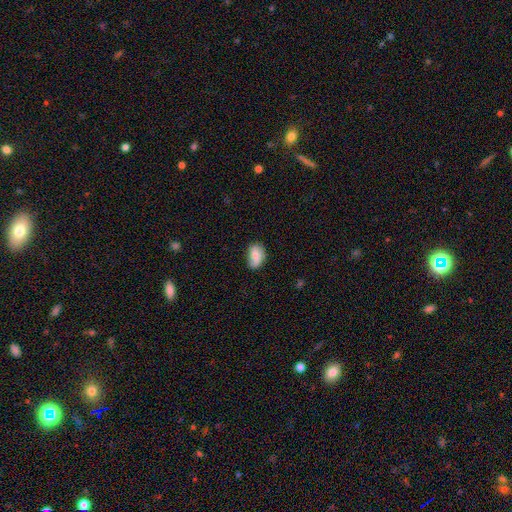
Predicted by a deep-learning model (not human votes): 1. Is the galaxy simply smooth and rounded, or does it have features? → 71% smooth, 21% featured or disk, 8% star or artifact.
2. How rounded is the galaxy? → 86% in between, 12% round, 2% cigar-shaped.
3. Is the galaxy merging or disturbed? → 62% none, 28% minor disturbance, 8% major disturbance, 2% merger.